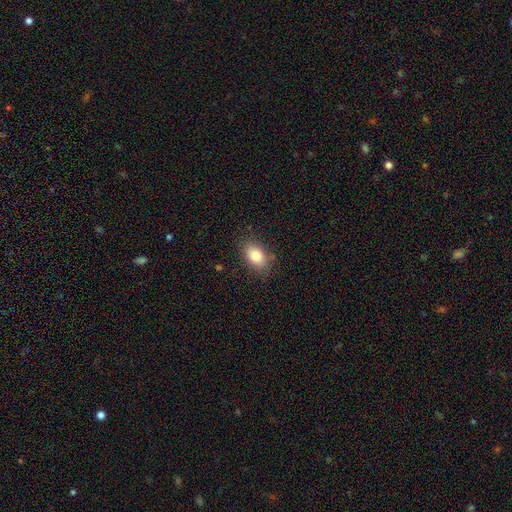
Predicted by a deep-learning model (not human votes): Q: Smooth or featured?
A: smooth (82%); runner-up: featured or disk (10%)
Q: How rounded?
A: in between (87%); runner-up: round (11%)
Q: Merging?
A: none (81%); runner-up: minor disturbance (14%)